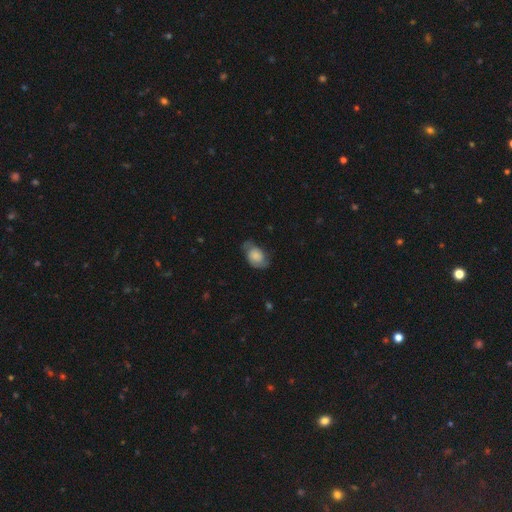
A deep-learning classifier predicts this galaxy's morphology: This appears to be a smooth galaxy with no disk features (58%) that is in between round and cigar-shaped (82%). Merging: none (53%).